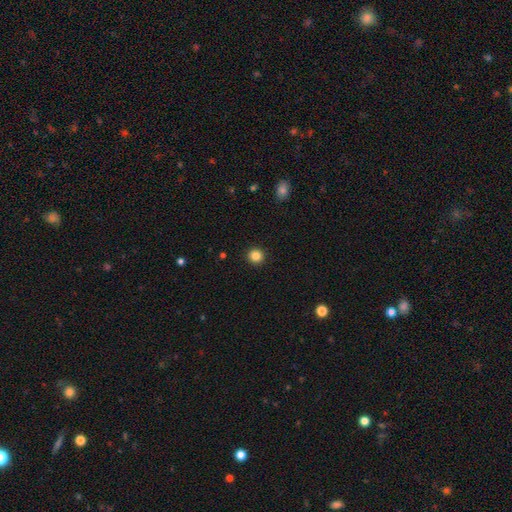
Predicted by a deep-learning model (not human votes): smooth-or-featured: smooth: 85% | star or artifact: 11% | featured or disk: 4%
  how-rounded: round: 94% | in between: 5% | cigar-shaped: 1%
  merging: none: 93% | minor disturbance: 4% | major disturbance: 2% | merger: 1%